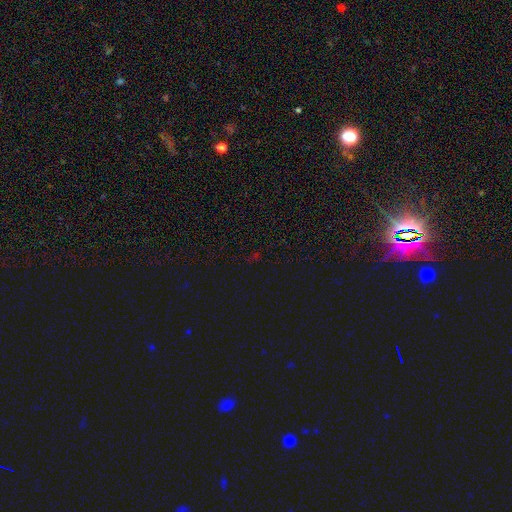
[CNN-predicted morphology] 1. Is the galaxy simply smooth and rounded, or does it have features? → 69% star or artifact, 24% smooth, 7% featured or disk.